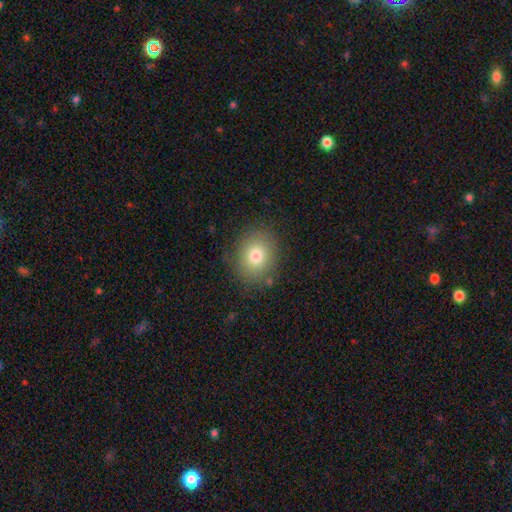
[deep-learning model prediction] smooth-or-featured: smooth: 78% | featured or disk: 11% | star or artifact: 11%
  how-rounded: round: 63% | in between: 36% | cigar-shaped: 1%
  merging: none: 84% | minor disturbance: 11% | major disturbance: 4% | merger: 2%